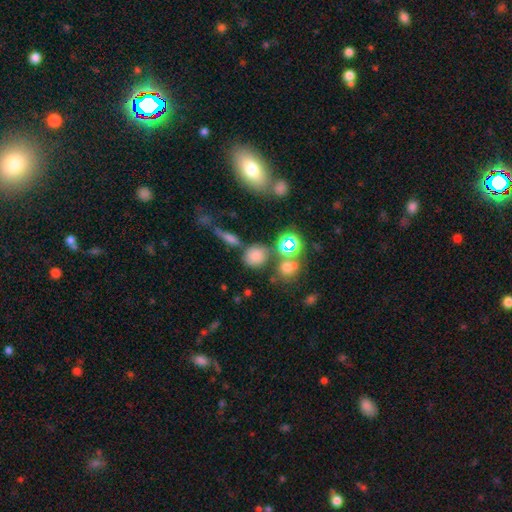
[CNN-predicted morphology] smooth 72%, star or artifact 20%, featured or disk 9%. Down the decision tree: how rounded — round (80%); merging — none (66%).